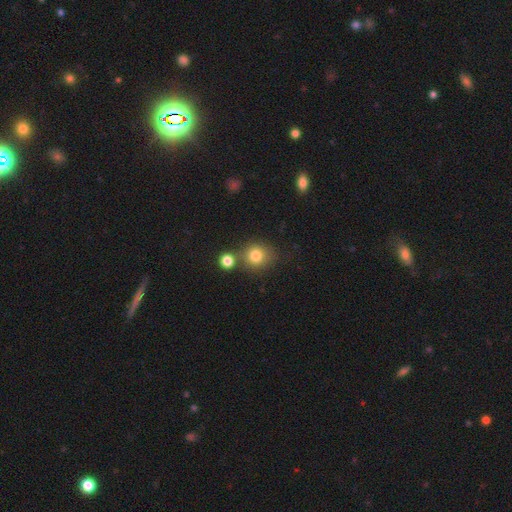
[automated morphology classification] Smooth or featured: smooth — 81% (star or artifact — 11%)
How rounded: round — 86% (in between — 13%)
Merging: none — 65% (merger — 19%)